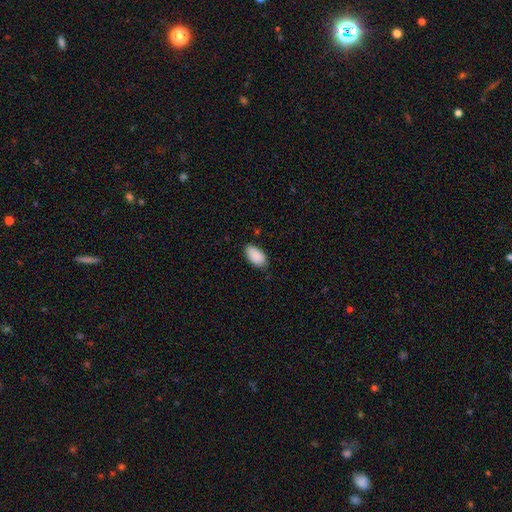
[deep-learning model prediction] Morphology: type=smooth (90%); roundness=in between (95%); merging=none (80%).